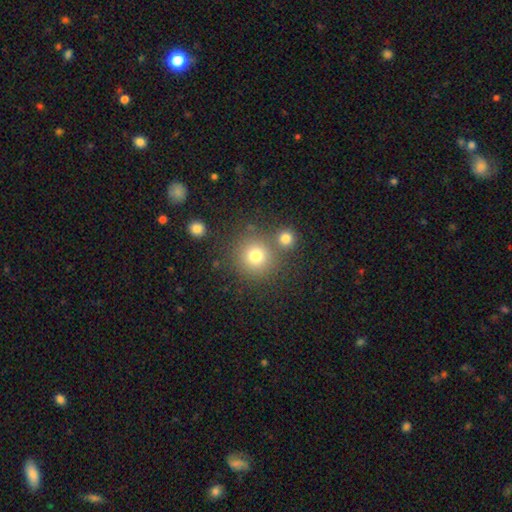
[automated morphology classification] A smooth galaxy with no disk features (77%) that is round (93%).

Vote fractions:
- Smooth or featured? smooth: 77% / star or artifact: 15% / featured or disk: 9%
- How rounded? round: 93% / in between: 6% / cigar-shaped: 1%
- Merging? none: 72% / merger: 16% / minor disturbance: 8% / major disturbance: 4%